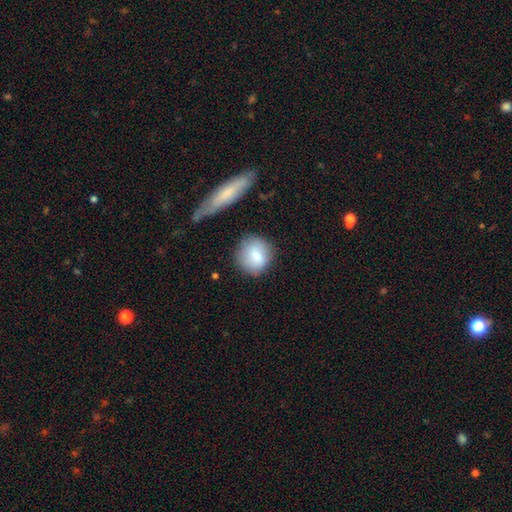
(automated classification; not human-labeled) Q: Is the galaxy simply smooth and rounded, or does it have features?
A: smooth — 80%.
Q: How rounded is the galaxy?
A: round — 80%.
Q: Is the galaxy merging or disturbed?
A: none — 71%.